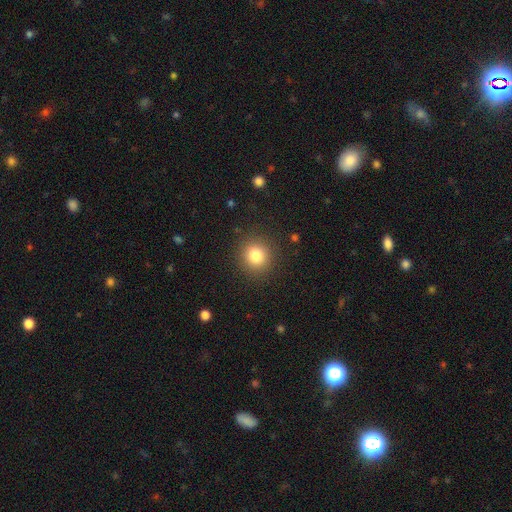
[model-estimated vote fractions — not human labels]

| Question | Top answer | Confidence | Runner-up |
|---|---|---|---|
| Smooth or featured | smooth | 81% | star or artifact (12%) |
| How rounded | round | 90% | in between (9%) |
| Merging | none | 89% | minor disturbance (7%) |